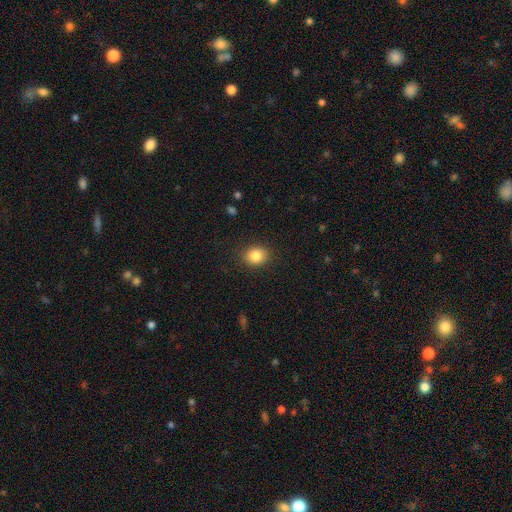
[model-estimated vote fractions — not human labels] A smooth galaxy with no disk features (84%) that is round (63%). Merging: none (89%).